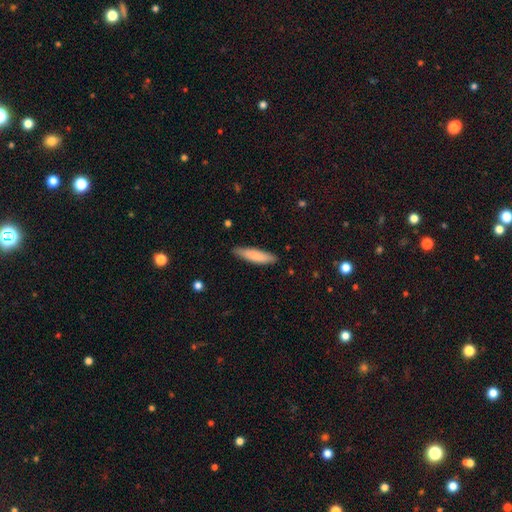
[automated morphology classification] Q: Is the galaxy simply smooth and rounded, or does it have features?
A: smooth — 83%.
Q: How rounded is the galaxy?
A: cigar-shaped — 73%.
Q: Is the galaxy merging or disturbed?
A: none — 84%.